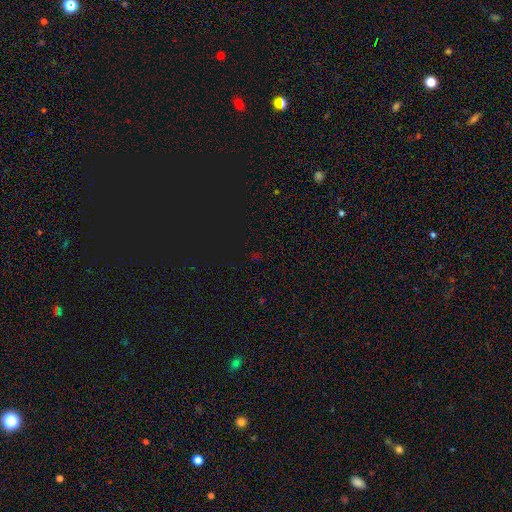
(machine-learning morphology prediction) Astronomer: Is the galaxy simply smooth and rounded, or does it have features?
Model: star or artifact — 73%.